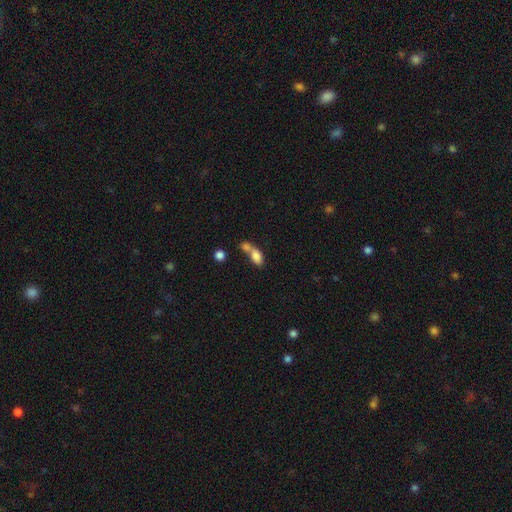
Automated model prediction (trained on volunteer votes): This appears to be a smooth galaxy with no disk features (80%) that is in between round and cigar-shaped (85%). Merging: merger (62%).